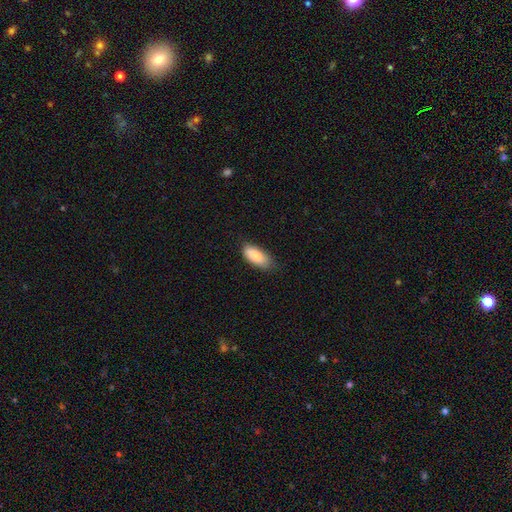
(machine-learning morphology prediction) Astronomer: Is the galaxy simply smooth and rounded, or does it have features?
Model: smooth — 83%.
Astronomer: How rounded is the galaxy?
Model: in between — 87%.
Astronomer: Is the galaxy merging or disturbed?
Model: none — 75%.